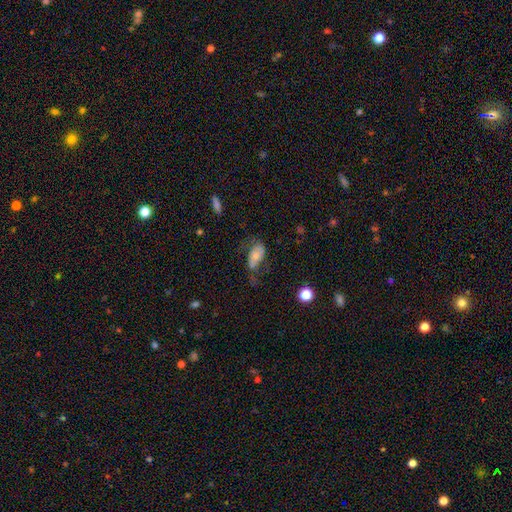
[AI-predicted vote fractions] Smooth or featured? smooth (58%)
How rounded? in between (89%)
Merging? none (43%)